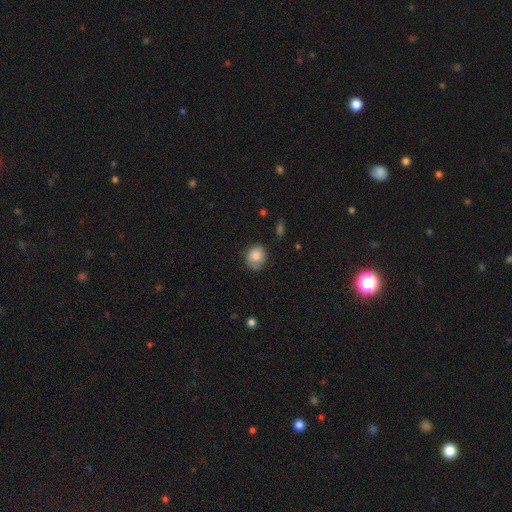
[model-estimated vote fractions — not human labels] This appears to be a smooth galaxy with no disk features (82%) that is round (59%). Merging: none (70%).